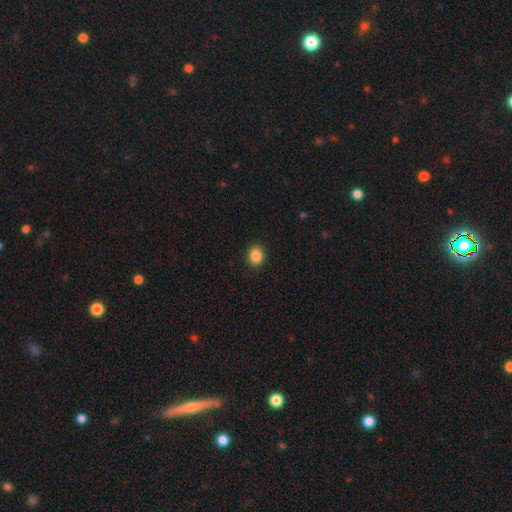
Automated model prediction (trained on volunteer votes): A smooth galaxy with no disk features (87%) that is round (66%).

Vote fractions:
- Smooth or featured? smooth: 87% / star or artifact: 9% / featured or disk: 3%
- How rounded? round: 66% / in between: 33% / cigar-shaped: 1%
- Merging? none: 91% / minor disturbance: 7% / major disturbance: 2% / merger: 1%